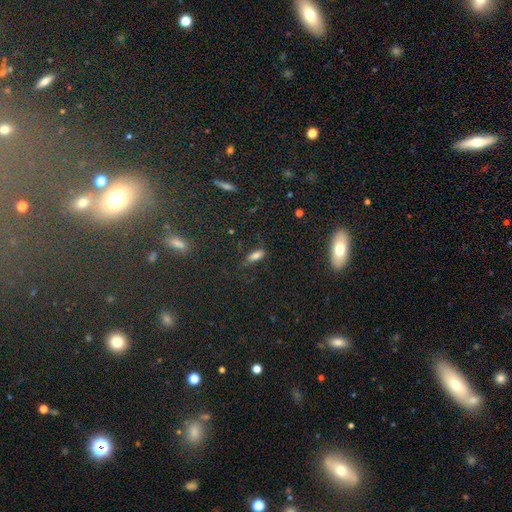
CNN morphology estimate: A smooth galaxy with no disk features (72%) that is in between round and cigar-shaped (66%). Merging: none (73%).